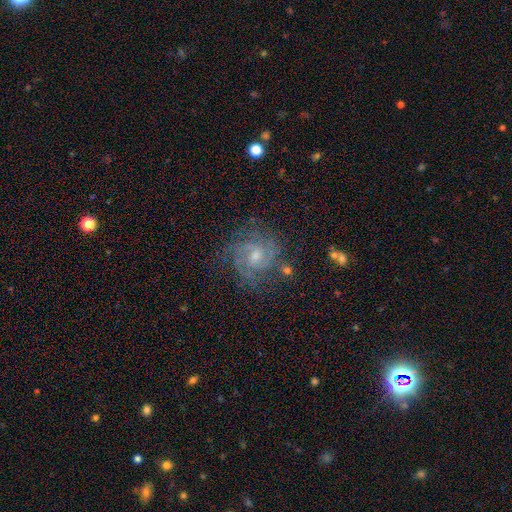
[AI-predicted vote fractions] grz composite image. It shows a featured or disk galaxy (80%) with no bar (50%), 2 (27%, tied with can't tell) tight (55%) spiral arms (95%) and a small central bulge (49%). Merging: none (74%).